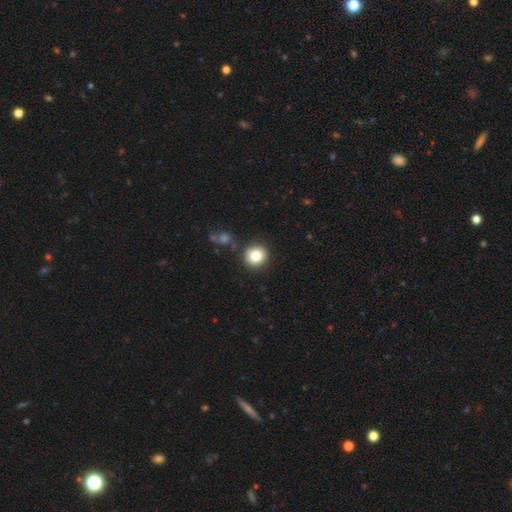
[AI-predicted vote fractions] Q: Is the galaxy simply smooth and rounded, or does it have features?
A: smooth — 83%.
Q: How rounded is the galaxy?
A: round — 89%.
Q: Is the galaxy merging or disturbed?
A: none — 87%.